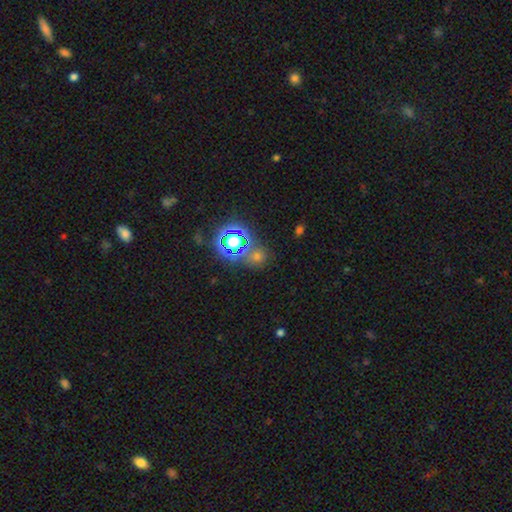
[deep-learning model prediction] Smooth or featured? Predicted: star or artifact (p=0.60).